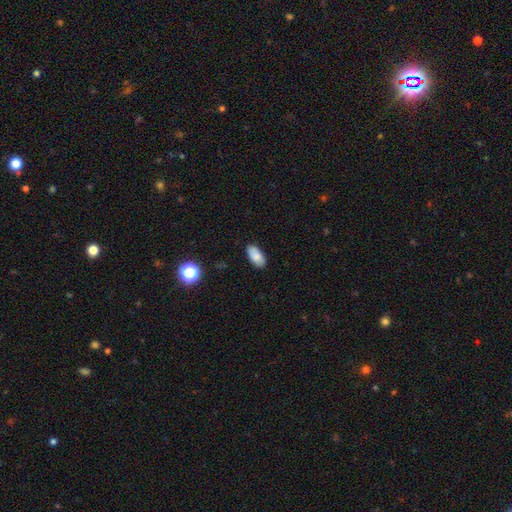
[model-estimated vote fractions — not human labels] The model was most divided on "smooth or featured": smooth: 83%, featured or disk: 9%, star or artifact: 8%. More confident: how rounded — in between (93%); merging — none (86%).